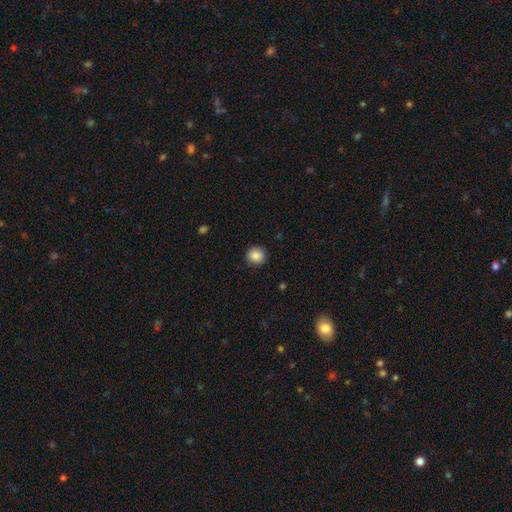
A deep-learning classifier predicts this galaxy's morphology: A smooth galaxy with no disk features (87%) that is round (90%).

Vote fractions:
- Smooth or featured? smooth: 87% / star or artifact: 9% / featured or disk: 4%
- How rounded? round: 90% / in between: 9% / cigar-shaped: 1%
- Merging? none: 90% / minor disturbance: 7% / major disturbance: 2% / merger: 1%